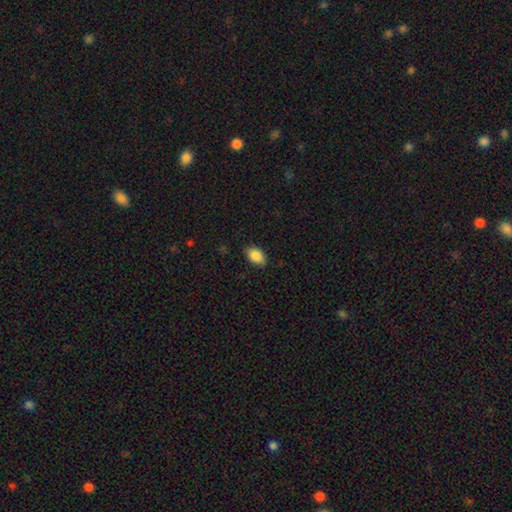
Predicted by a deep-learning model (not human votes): A smooth galaxy with no disk features (88%) that is in between round and cigar-shaped (89%). Merging: none (85%).